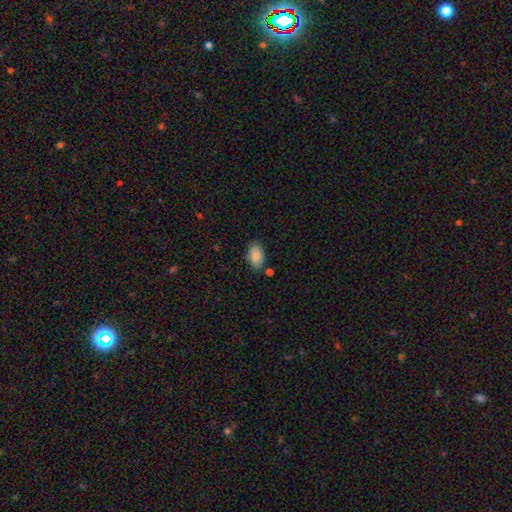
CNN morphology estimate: type=smooth (88%); roundness=in between (92%); merging=none (74%).